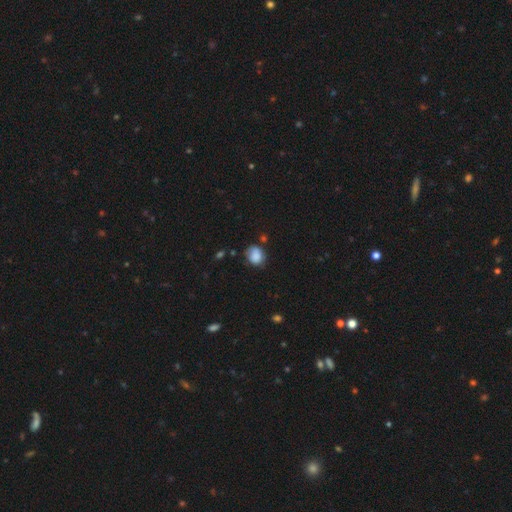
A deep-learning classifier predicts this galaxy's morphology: Q: Smooth or featured?
A: smooth (84%); runner-up: star or artifact (9%)
Q: How rounded?
A: round (61%); runner-up: in between (38%)
Q: Merging?
A: none (59%); runner-up: minor disturbance (28%)